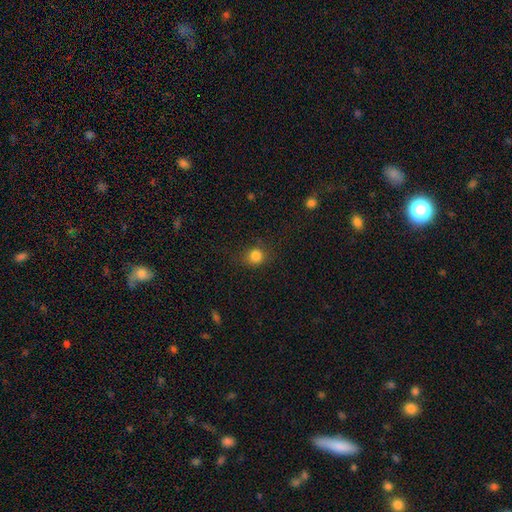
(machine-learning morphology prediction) smooth_or_featured: smooth (p=0.83) [alt: star or artifact p=0.12]
how_rounded: round (p=0.83) [alt: in between p=0.16]
merging: none (p=0.77) [alt: minor disturbance p=0.15]